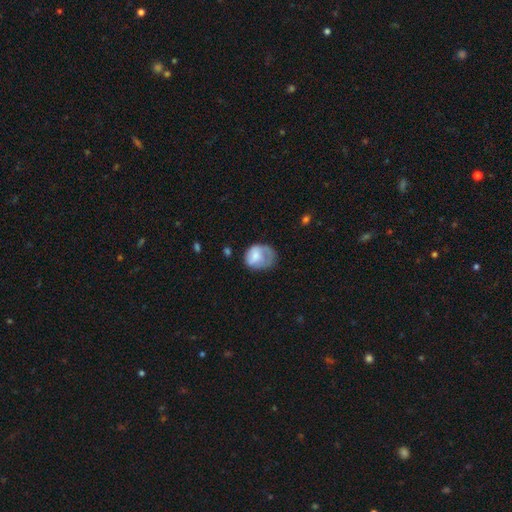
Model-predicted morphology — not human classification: smooth_or_featured: smooth (p=0.62) [alt: featured or disk p=0.30]
how_rounded: round (p=0.50) [alt: in between p=0.49]
merging: none (p=0.35) [alt: minor disturbance p=0.32]